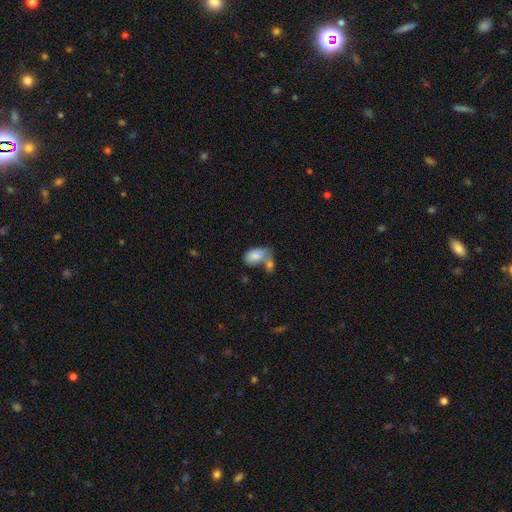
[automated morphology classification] This appears to be a smooth galaxy with no disk features (82%) that is in between round and cigar-shaped (92%). Merging: merger (47%).